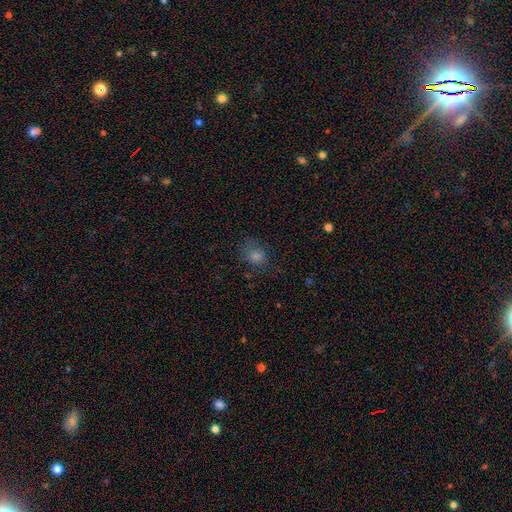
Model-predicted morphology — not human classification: This appears to be a smooth galaxy with no disk features (76%) that is round (62%). Merging: none (63%).